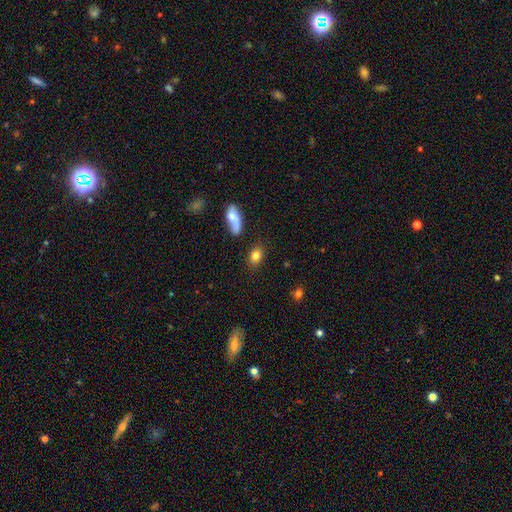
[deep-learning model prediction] This is clearly a smooth galaxy (81%). How rounded: likely in between (70%). Merging: clearly none (82%).